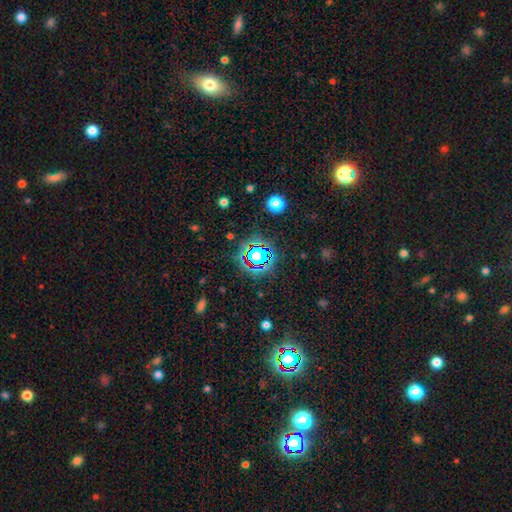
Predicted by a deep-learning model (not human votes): A star or artifact, not a galaxy (69%).

Vote fractions:
- Smooth or featured? star or artifact: 69% / smooth: 20% / featured or disk: 11%